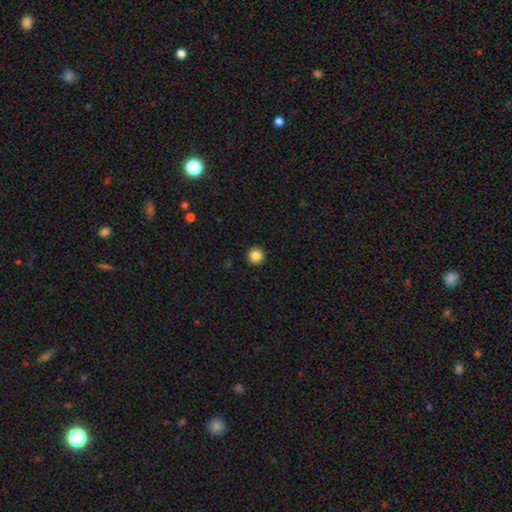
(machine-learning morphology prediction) type=smooth (85%); roundness=round (96%); merging=none (94%).